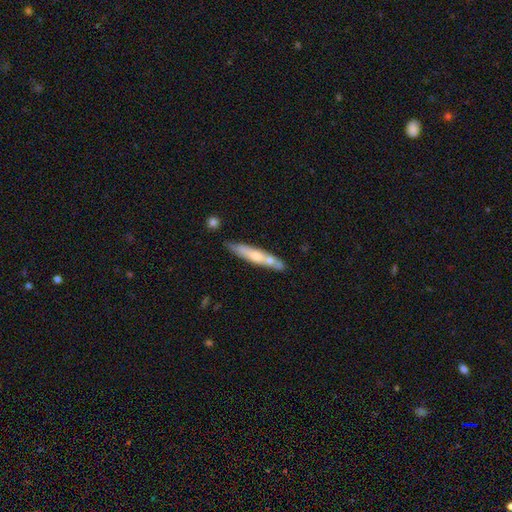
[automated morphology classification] Q: Smooth or featured?
A: featured or disk (51%); runner-up: smooth (43%)
Q: Edge-on disk?
A: yes (84%); runner-up: no (16%)
Q: Merging?
A: none (74%); runner-up: minor disturbance (14%)